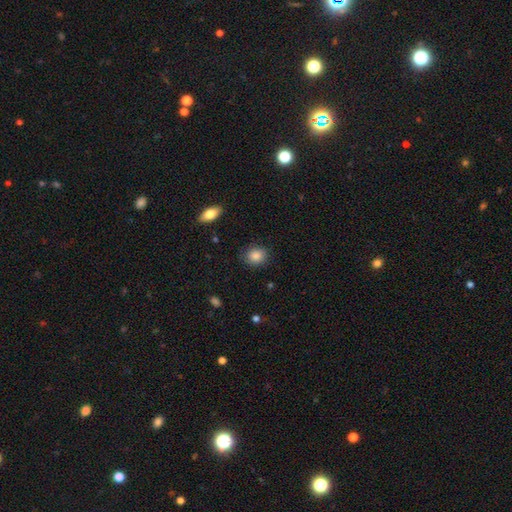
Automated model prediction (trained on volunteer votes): Q: Smooth or featured?
A: smooth (86%); runner-up: star or artifact (9%)
Q: How rounded?
A: round (70%); runner-up: in between (29%)
Q: Merging?
A: none (86%); runner-up: minor disturbance (10%)